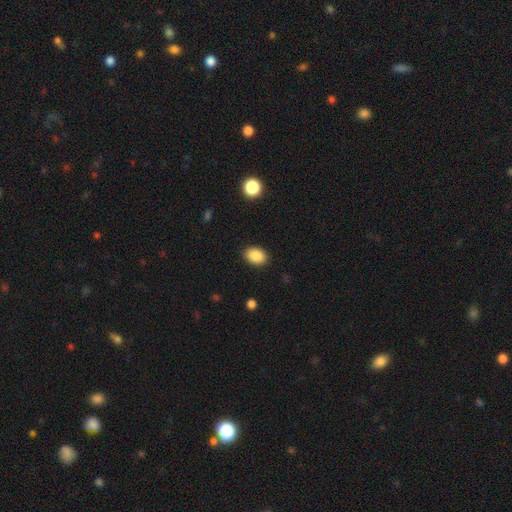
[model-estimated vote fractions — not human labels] Smooth or featured?
  - smooth: 89% *
  - star or artifact: 8%
  - featured or disk: 3%
How rounded?
  - in between: 75% *
  - round: 24%
  - cigar-shaped: 1%
Merging?
  - none: 88% *
  - minor disturbance: 8%
  - major disturbance: 2%
  - merger: 1%